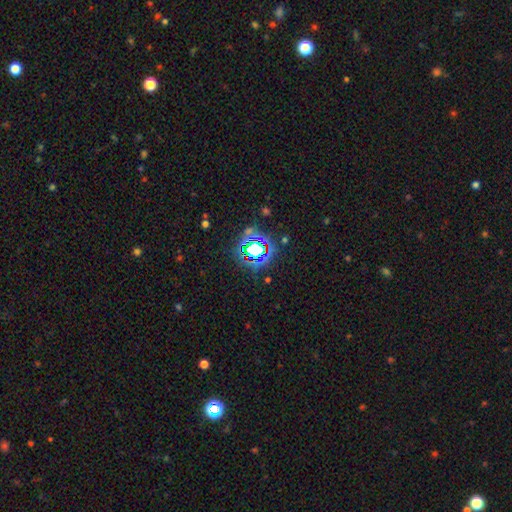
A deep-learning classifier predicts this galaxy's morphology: star or artifact 68%, smooth 20%, featured or disk 12%.